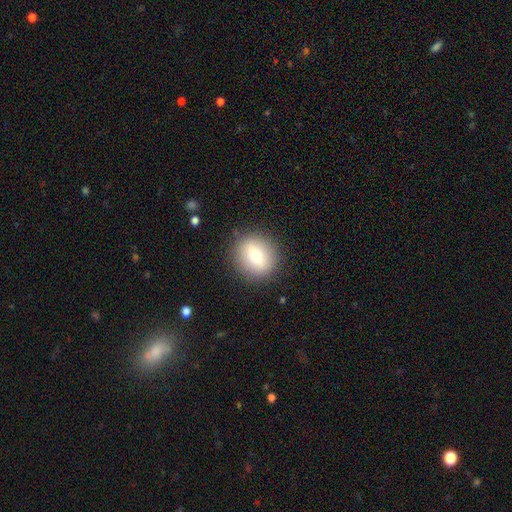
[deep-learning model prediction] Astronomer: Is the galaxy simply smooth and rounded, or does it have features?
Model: smooth — 74%.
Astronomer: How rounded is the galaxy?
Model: round — 80%.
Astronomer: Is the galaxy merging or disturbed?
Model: none — 87%.